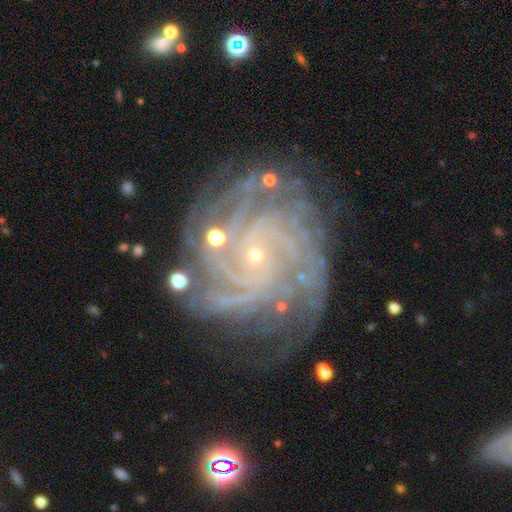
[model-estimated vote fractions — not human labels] smooth-or-featured: featured or disk: 91% | star or artifact: 6% | smooth: 3%
  disk-edge-on: no: 98% | yes: 2%
    bar: no: 74% | weak: 19% | strong: 7%
    has-spiral-arms: yes: 99% | no: 1%
      spiral-winding: tight: 77% | medium: 20% | loose: 3%
      spiral-arm-count: more than 4: 27% (tied) | 4: 27% (tied) | can't tell: 14% | 3: 14% | 2: 10% | 1: 8%
    bulge-size: small: 89% | moderate: 7% | none: 2% | large: 1% | dominant: 1%
  merging: none: 71% | minor disturbance: 19% | major disturbance: 8% | merger: 3%